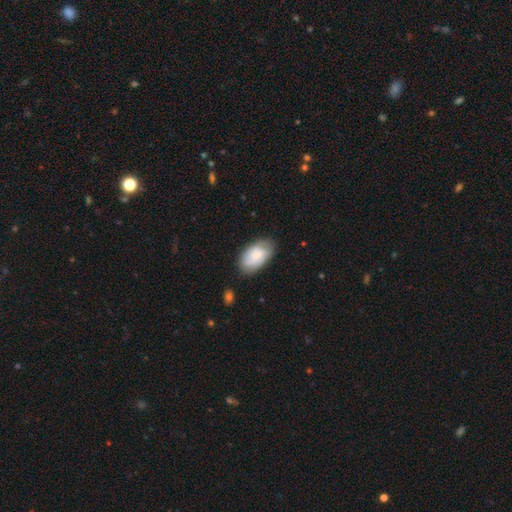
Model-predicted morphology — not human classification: Smooth or featured? smooth (60%)
How rounded? in between (93%)
Merging? none (73%)